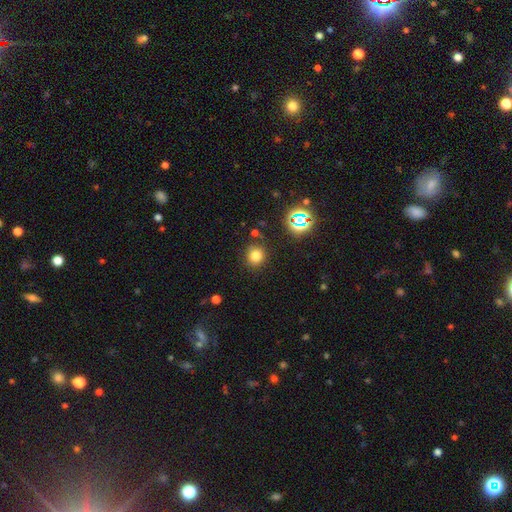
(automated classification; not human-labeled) smooth_or_featured: smooth (p=0.75) [alt: star or artifact p=0.18]
how_rounded: round (p=0.82) [alt: in between p=0.17]
merging: none (p=0.83) [alt: minor disturbance p=0.10]